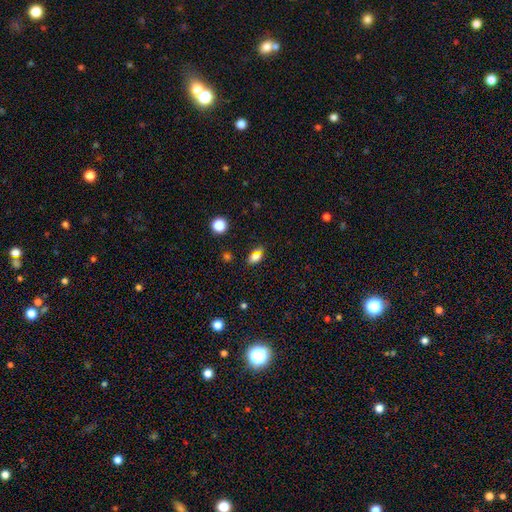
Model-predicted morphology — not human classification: The model was most divided on "smooth or featured": smooth: 68%, star or artifact: 23%, featured or disk: 9%. More confident: merging — none (82%); how rounded — in between (75%).